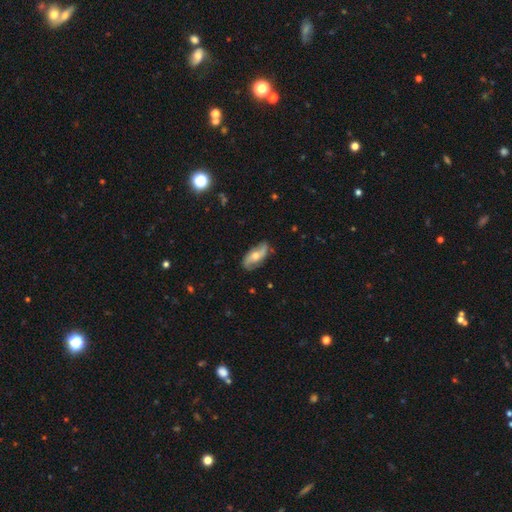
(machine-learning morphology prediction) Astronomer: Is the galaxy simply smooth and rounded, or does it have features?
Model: featured or disk — 71%.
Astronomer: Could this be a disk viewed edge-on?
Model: no — 90%.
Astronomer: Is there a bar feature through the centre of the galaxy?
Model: no — 56% (runner-up: weak, 31%).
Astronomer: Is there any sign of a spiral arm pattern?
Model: yes — 91%.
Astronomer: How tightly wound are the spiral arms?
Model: loose — 61%.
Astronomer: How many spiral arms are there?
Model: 2 — 90%.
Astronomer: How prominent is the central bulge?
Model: moderate — 62%.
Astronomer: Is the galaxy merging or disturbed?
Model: none — 79%.